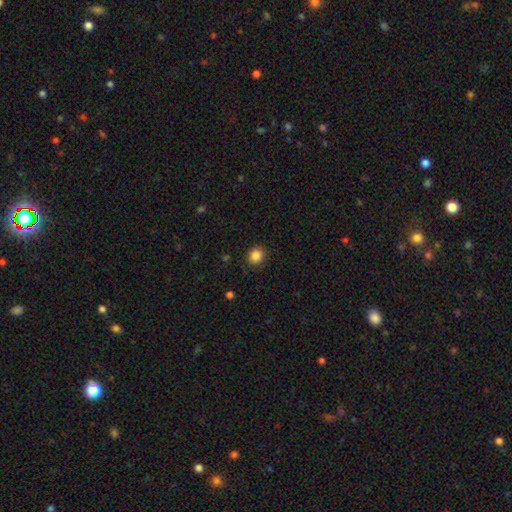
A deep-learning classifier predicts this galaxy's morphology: Smooth or featured? Predicted: smooth (p=0.86). How rounded? Predicted: round (p=0.82). Merging? Predicted: none (p=0.90).